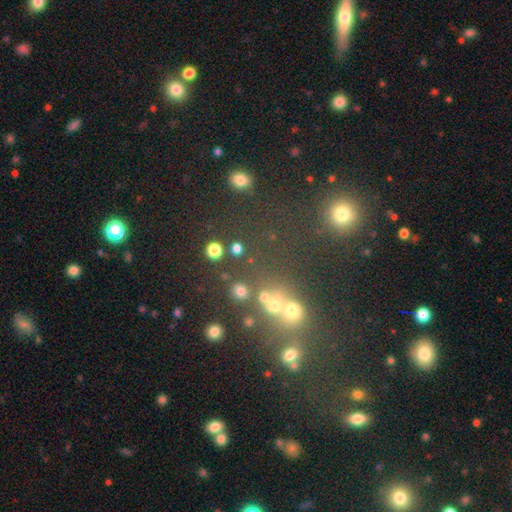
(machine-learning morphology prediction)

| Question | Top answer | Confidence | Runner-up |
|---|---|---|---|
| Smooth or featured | star or artifact | 49% | smooth (35%) |